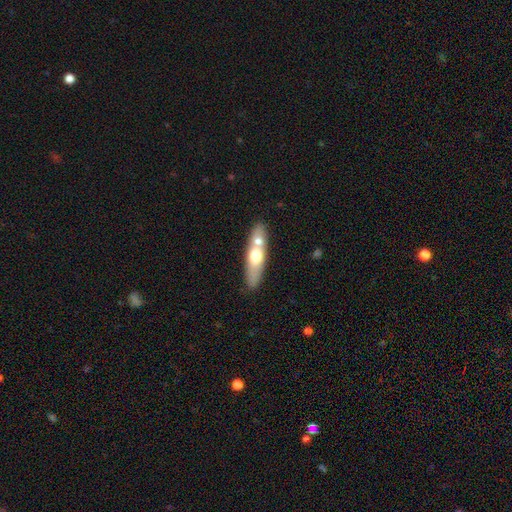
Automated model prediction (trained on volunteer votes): Smooth or featured? smooth (54%)
How rounded? cigar-shaped (58%)
Merging? none (54%)